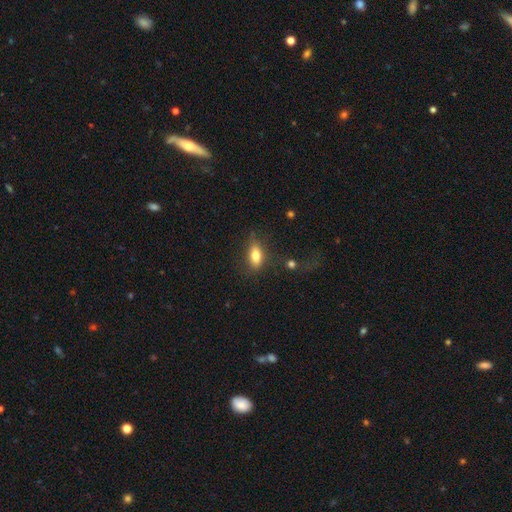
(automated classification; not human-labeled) This is likely a smooth galaxy (78%). How rounded: clearly in between (83%). Merging: likely none (66%).